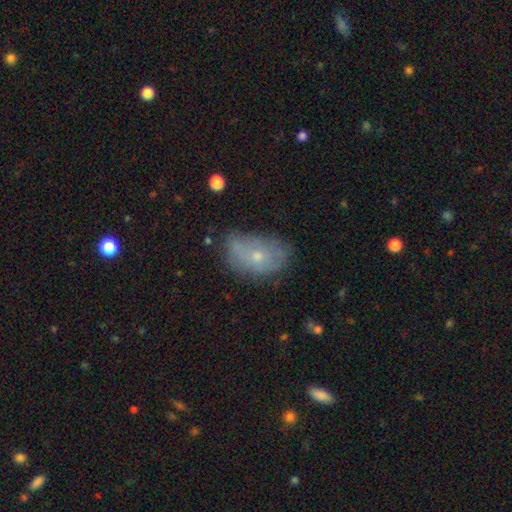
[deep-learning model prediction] This appears to be a smooth galaxy with no disk features (55%) that is in between round and cigar-shaped (84%). Merging: none (49%).